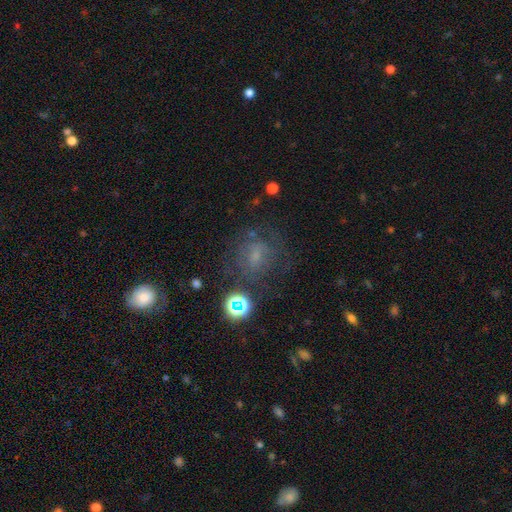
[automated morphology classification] The model was most divided on "smooth or featured": smooth: 42%, featured or disk: 32%, star or artifact: 26%. More confident: merging — none (62%).